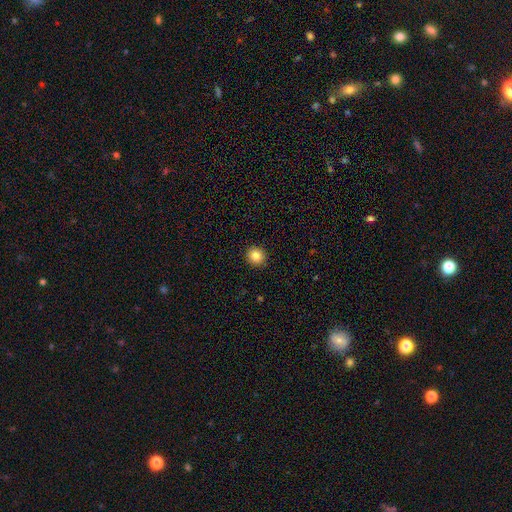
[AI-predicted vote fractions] This appears to be a smooth galaxy with no disk features (85%) that is round (92%). Merging: none (93%).